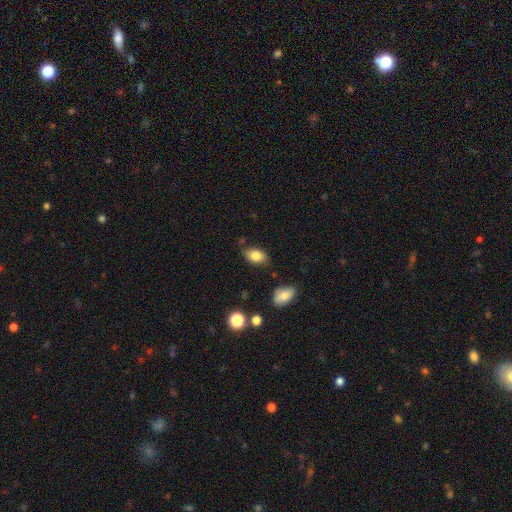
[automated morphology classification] Smooth or featured? smooth (82%)
How rounded? in between (88%)
Merging? none (76%)